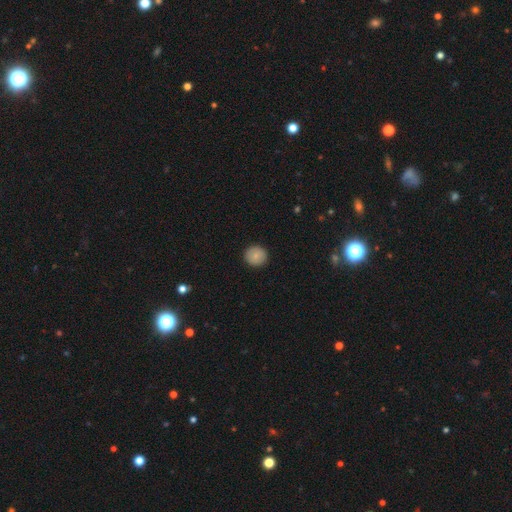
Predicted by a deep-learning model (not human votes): Q: Smooth or featured?
A: smooth (83%); runner-up: featured or disk (9%)
Q: How rounded?
A: round (92%); runner-up: in between (7%)
Q: Merging?
A: none (92%); runner-up: minor disturbance (5%)